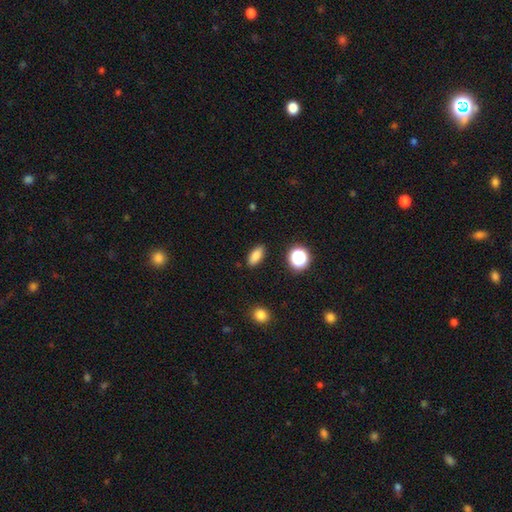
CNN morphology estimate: Overall: smooth (83%). How rounded: in between (80%). Merging: none (88%).